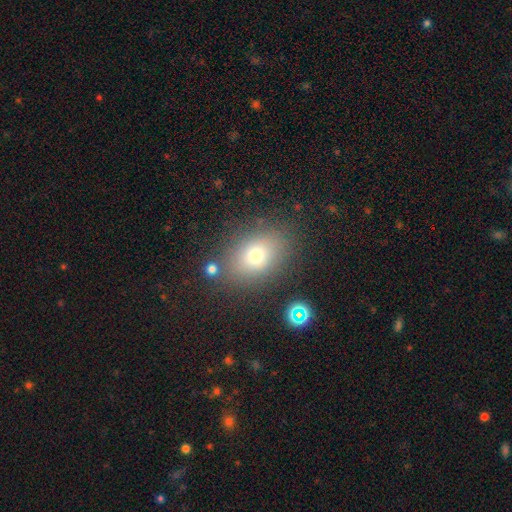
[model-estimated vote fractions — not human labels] smooth_or_featured: smooth (p=0.72) [alt: star or artifact p=0.14]
how_rounded: in between (p=0.74) [alt: round p=0.25]
merging: none (p=0.80) [alt: minor disturbance p=0.12]